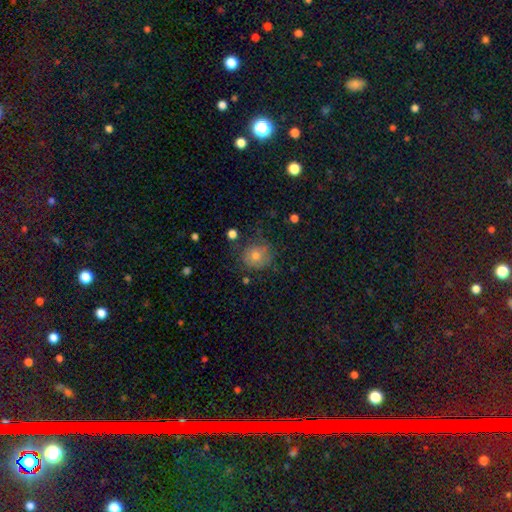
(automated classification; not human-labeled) Morphology: type=smooth (71%); roundness=round (85%); merging=none (72%).